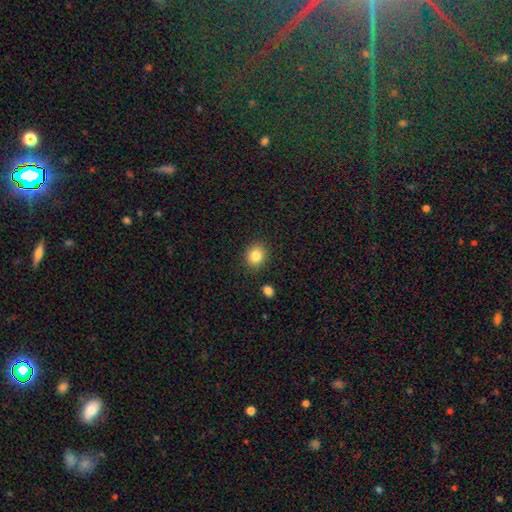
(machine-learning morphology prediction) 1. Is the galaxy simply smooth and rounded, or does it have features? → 85% smooth, 10% star or artifact, 6% featured or disk.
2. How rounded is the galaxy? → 66% round, 33% in between, 1% cigar-shaped.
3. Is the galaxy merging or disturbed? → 88% none, 8% minor disturbance, 2% major disturbance, 2% merger.